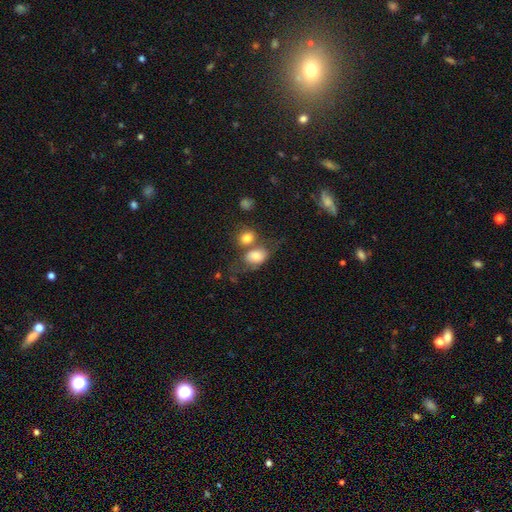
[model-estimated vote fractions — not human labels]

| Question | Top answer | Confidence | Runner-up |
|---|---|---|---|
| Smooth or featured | smooth | 75% | featured or disk (16%) |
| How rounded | in between | 64% | round (34%) |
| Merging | merger | 48% | none (31%) |